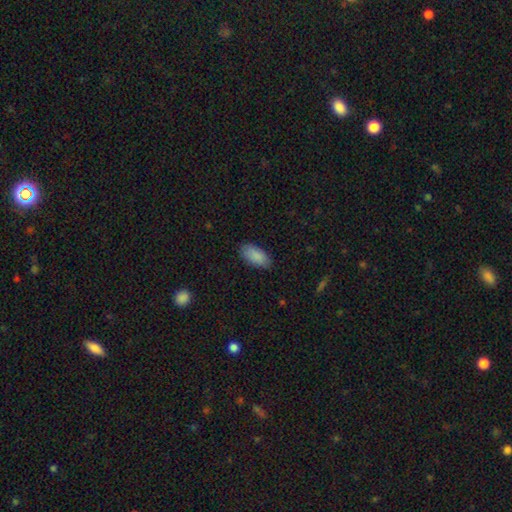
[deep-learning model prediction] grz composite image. It shows a smooth galaxy with no disk features (89%) that is in between round and cigar-shaped (92%). Merging: none (83%).